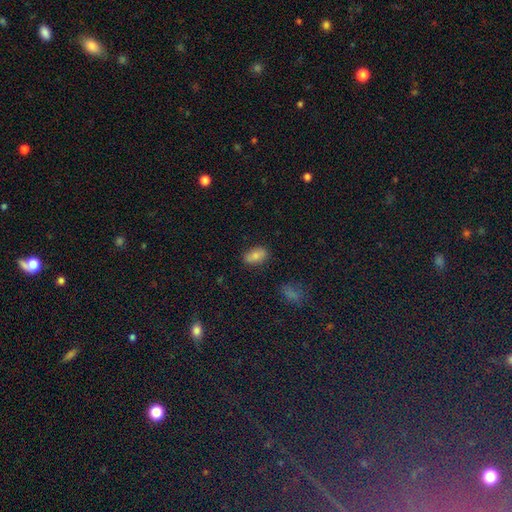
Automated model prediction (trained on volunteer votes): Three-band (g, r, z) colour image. It shows a smooth galaxy with no disk features (79%) that is in between round and cigar-shaped (90%). Merging: none (81%).